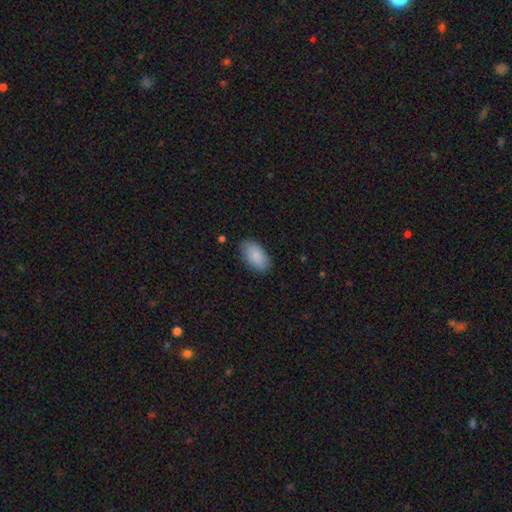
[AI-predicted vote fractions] Morphology: type=smooth (88%); roundness=in between (95%); merging=none (84%).